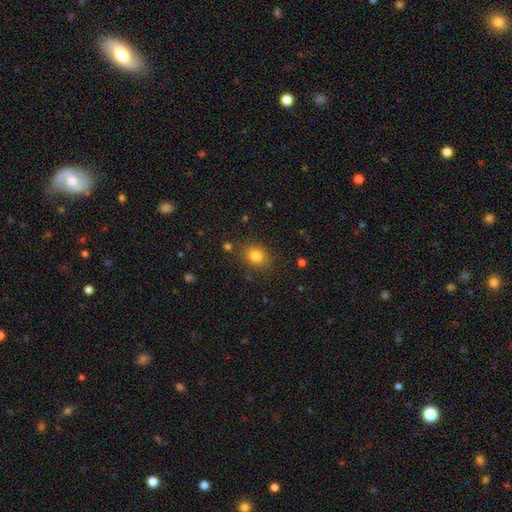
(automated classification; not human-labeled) This is clearly a smooth galaxy (81%). How rounded: possibly round (58%). Merging: clearly none (82%).